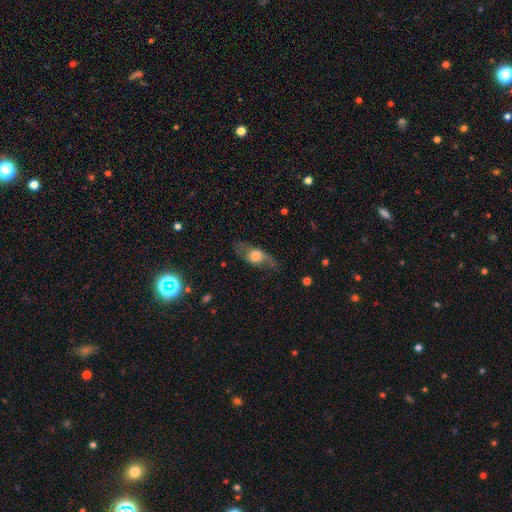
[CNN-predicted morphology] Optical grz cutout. It shows a featured or disk galaxy (46%, tied with smooth). Merging: none (66%).